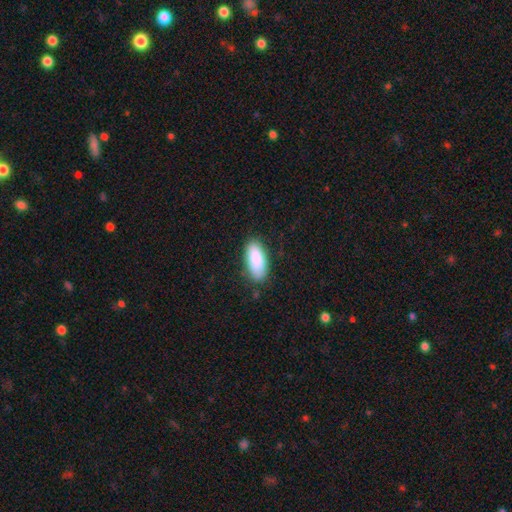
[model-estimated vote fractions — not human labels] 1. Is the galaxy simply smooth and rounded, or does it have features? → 89% smooth, 6% star or artifact, 5% featured or disk.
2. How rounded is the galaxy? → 85% in between, 14% cigar-shaped, 2% round.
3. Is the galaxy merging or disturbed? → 83% none, 13% minor disturbance, 3% major disturbance, 1% merger.